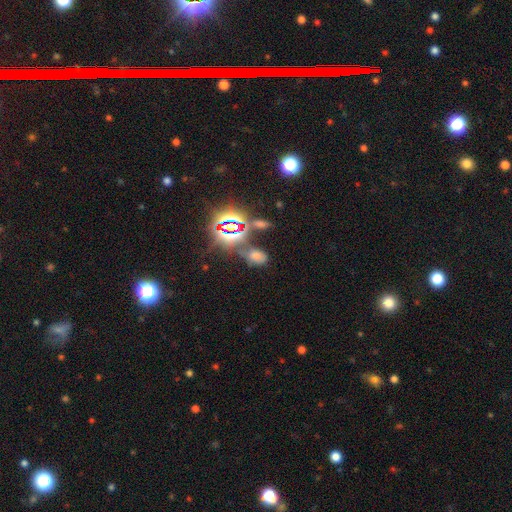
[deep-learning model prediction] Morphology: type=smooth (47%); merging=none (55%).